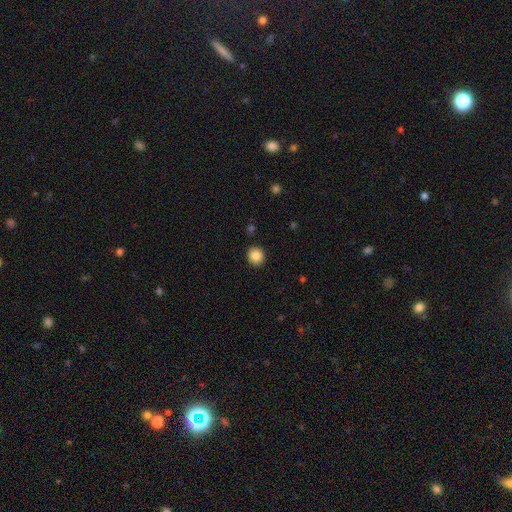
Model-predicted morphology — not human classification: Q: Smooth or featured?
A: smooth (86%); runner-up: star or artifact (10%)
Q: How rounded?
A: round (88%); runner-up: in between (11%)
Q: Merging?
A: none (92%); runner-up: minor disturbance (5%)